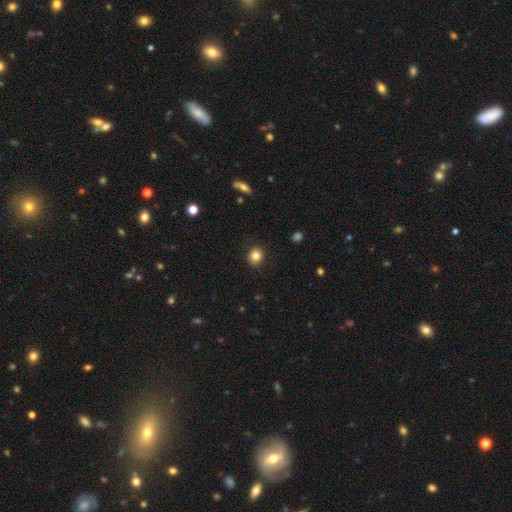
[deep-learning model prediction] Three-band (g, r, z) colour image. It shows a smooth galaxy with no disk features (84%) that is round (82%). Merging: none (91%).